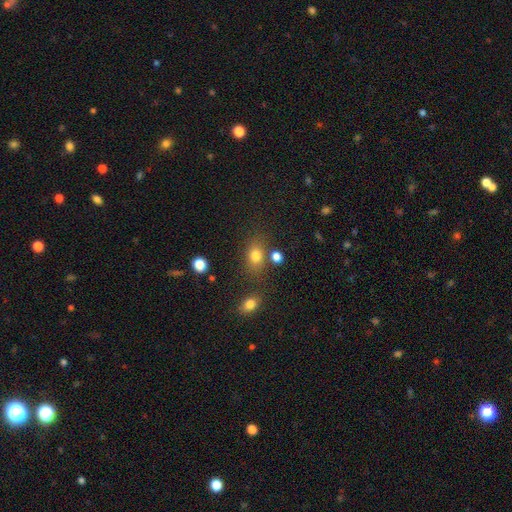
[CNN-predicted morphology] A smooth galaxy with no disk features (78%) that is in between round and cigar-shaped (64%). Merging: none (66%).